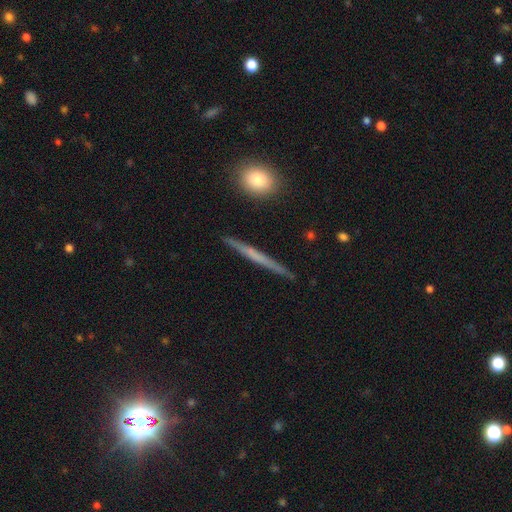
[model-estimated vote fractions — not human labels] smooth-or-featured: featured or disk: 52% | smooth: 42% | star or artifact: 7%
  disk-edge-on: yes: 96% | no: 4%
  merging: none: 90% | minor disturbance: 7% | major disturbance: 1% | merger: 1%